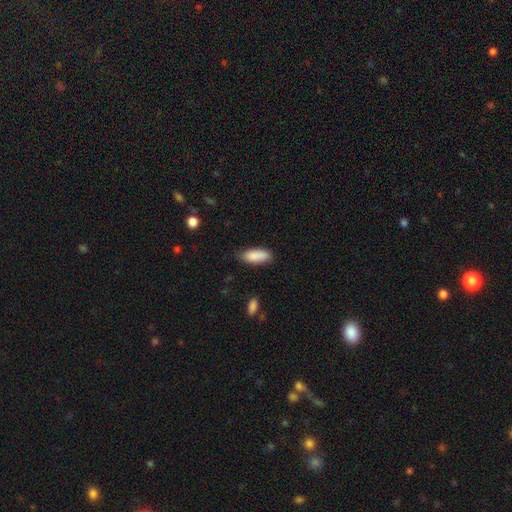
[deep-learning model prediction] A smooth galaxy with no disk features (89%) that is in between round and cigar-shaped (77%).

Vote fractions:
- Smooth or featured? smooth: 89% / star or artifact: 6% / featured or disk: 5%
- How rounded? in between: 77% / cigar-shaped: 21% / round: 2%
- Merging? none: 78% / minor disturbance: 17% / major disturbance: 3% / merger: 2%